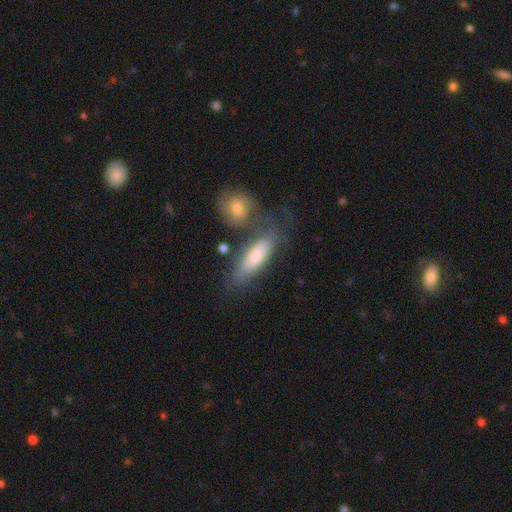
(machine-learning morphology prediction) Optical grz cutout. It shows a smooth galaxy with no disk features (73%) that is in between round and cigar-shaped (62%). Merging: none (54%).